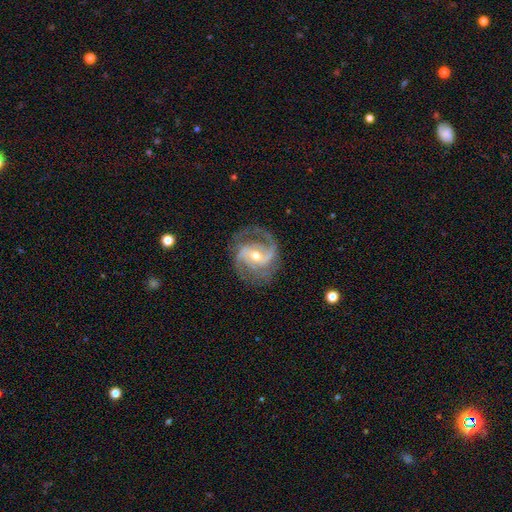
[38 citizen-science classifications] Volunteers were most divided on "bar": no: 47%, weak: 44%, strong: 9%. More confident: spiral arms — yes (100%); smooth or featured — featured or disk (92%); edge-on disk — no (91%); merging — none (82%); spiral arm count — 2 (72%); bulge size — moderate (62%); spiral winding — medium (56%).